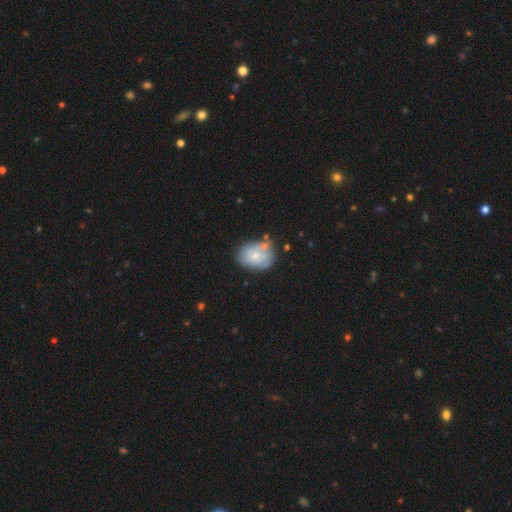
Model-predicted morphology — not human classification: This appears to be a smooth galaxy with no disk features (62%) that is in between round and cigar-shaped (63%). Merging: none (59%).